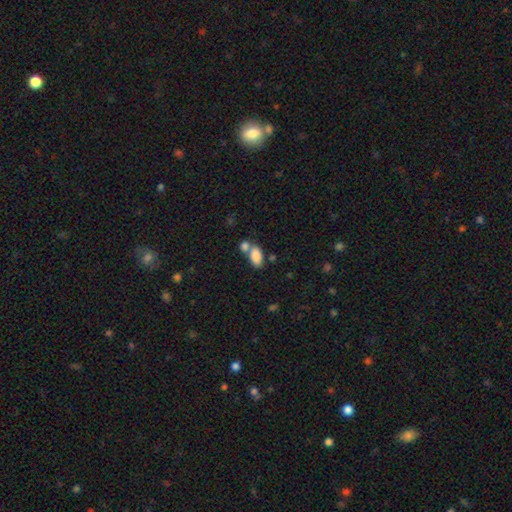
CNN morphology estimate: The model was most divided on "merging": none: 43%, merger: 42%, minor disturbance: 11%, major disturbance: 4%. More confident: how rounded — in between (93%); smooth or featured — smooth (86%).